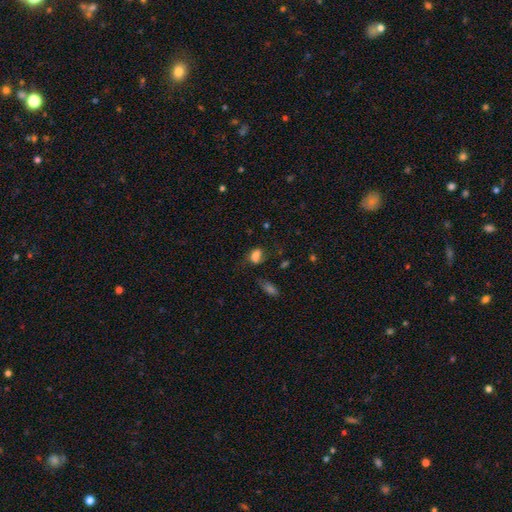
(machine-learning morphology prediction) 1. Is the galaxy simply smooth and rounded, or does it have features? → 74% smooth, 14% star or artifact, 12% featured or disk.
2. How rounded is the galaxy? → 79% in between, 18% round, 3% cigar-shaped.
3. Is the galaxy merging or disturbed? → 46% none, 26% minor disturbance, 18% major disturbance, 10% merger.